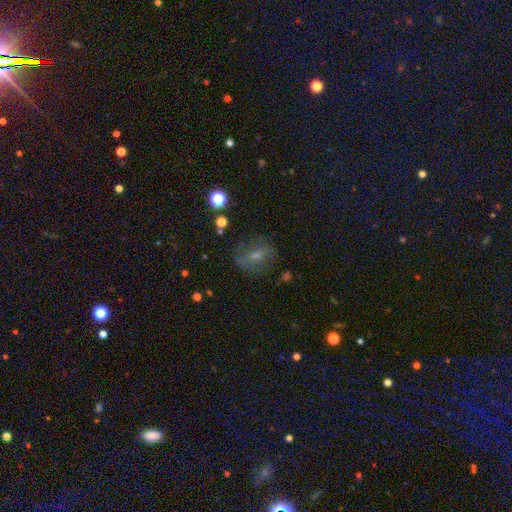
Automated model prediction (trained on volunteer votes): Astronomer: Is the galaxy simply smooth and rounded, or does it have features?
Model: smooth — 47% (runner-up: featured or disk, 37%).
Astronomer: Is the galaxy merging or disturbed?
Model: none — 65%.